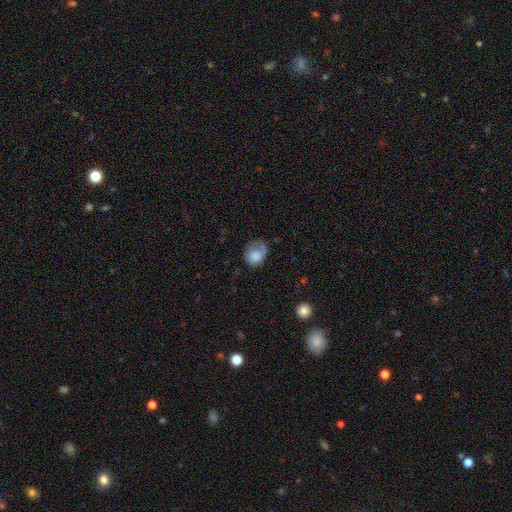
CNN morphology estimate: smooth_or_featured: smooth (p=0.75) [alt: featured or disk p=0.16]
how_rounded: round (p=0.53) [alt: in between p=0.47]
merging: none (p=0.37) [alt: minor disturbance p=0.33]